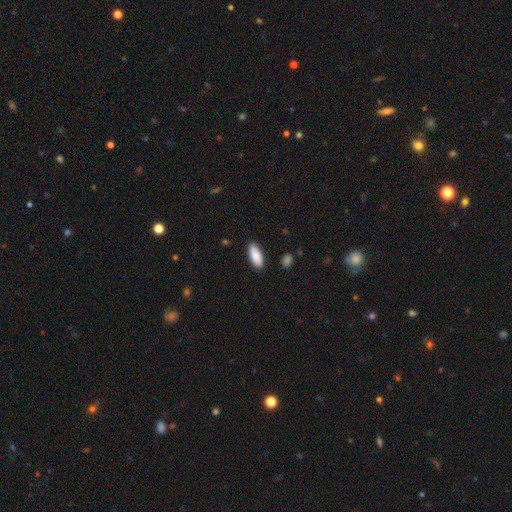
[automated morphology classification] Smooth or featured? smooth (88%)
How rounded? in between (82%)
Merging? none (88%)